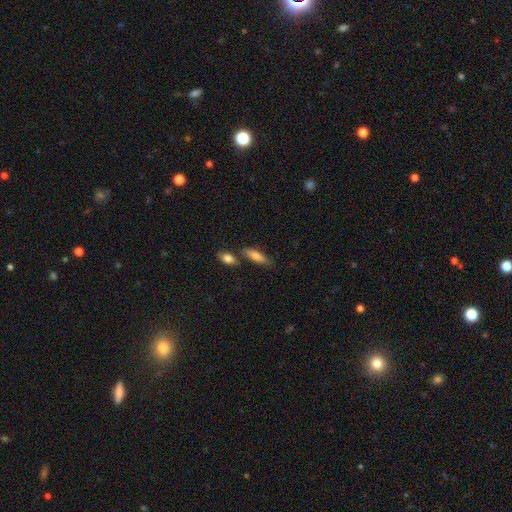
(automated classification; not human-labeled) A smooth galaxy with no disk features (76%) that is in between round and cigar-shaped (51%).

Vote fractions:
- Smooth or featured? smooth: 76% / featured or disk: 17% / star or artifact: 7%
- How rounded? in between: 51% / cigar-shaped: 47% / round: 3%
- Merging? none: 66% / merger: 16% / minor disturbance: 14% / major disturbance: 4%